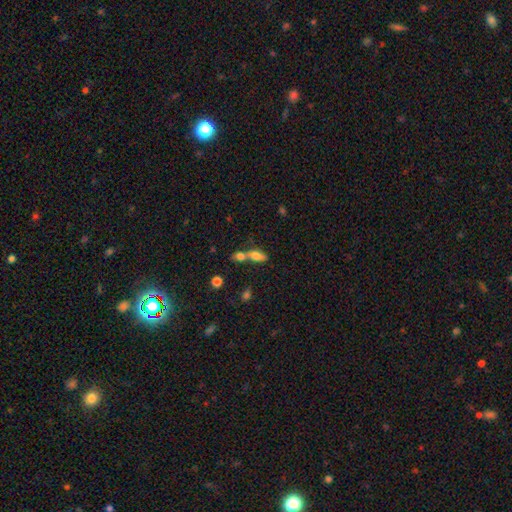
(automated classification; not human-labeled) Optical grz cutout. It shows a smooth galaxy with no disk features (74%) that is in between round and cigar-shaped (77%). Merging: merger (57%).